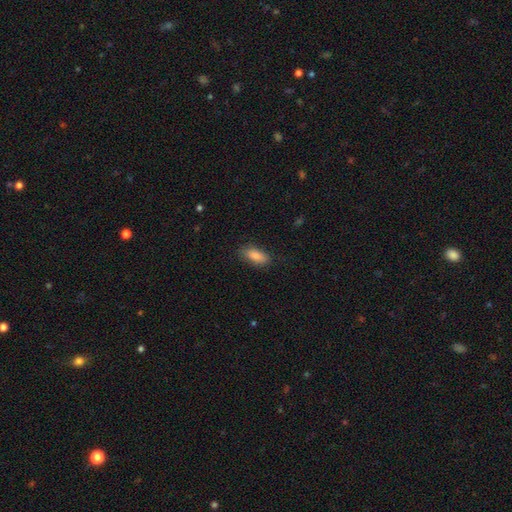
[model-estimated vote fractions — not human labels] Morphology: type=smooth (87%); roundness=in between (83%); merging=none (81%).